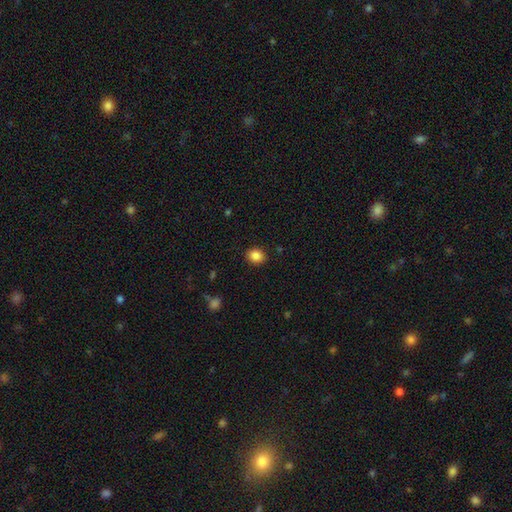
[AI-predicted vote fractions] Q: Smooth or featured?
A: smooth (87%); runner-up: star or artifact (10%)
Q: How rounded?
A: round (61%); runner-up: in between (38%)
Q: Merging?
A: none (89%); runner-up: minor disturbance (8%)